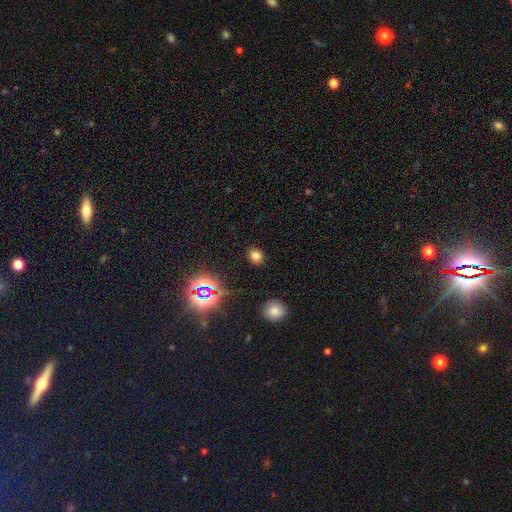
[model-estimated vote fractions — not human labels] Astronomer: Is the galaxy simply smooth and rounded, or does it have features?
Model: smooth — 71%.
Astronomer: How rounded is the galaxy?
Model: round — 57% (runner-up: in between, 42%).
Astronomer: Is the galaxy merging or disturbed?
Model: none — 87%.